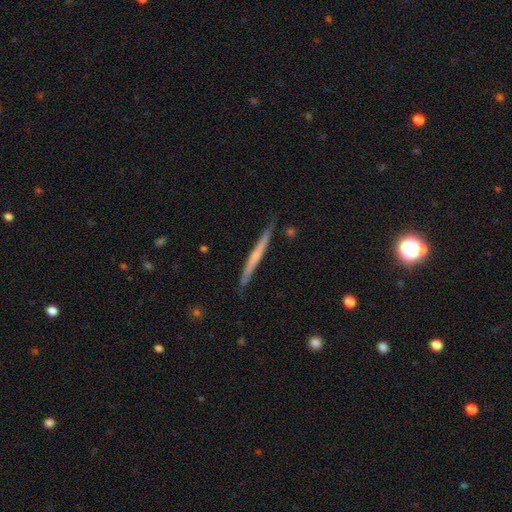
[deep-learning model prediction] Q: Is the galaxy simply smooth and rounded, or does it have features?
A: featured or disk — 57%.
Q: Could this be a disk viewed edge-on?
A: yes — 97%.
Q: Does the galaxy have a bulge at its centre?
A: none — 64%.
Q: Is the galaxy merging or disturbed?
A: none — 85%.